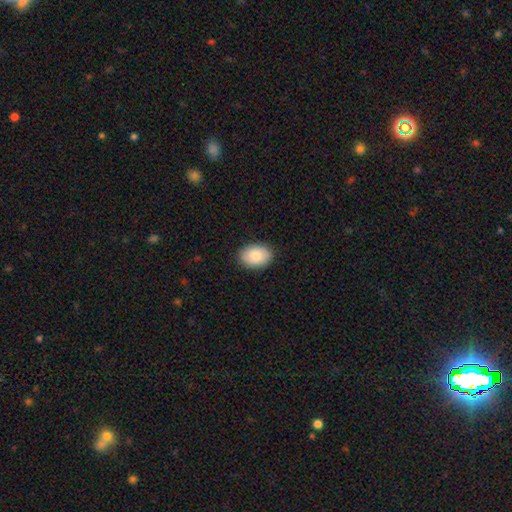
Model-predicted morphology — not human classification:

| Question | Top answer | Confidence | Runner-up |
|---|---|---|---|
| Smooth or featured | smooth | 86% | featured or disk (8%) |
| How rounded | in between | 82% | round (17%) |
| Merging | none | 89% | minor disturbance (8%) |